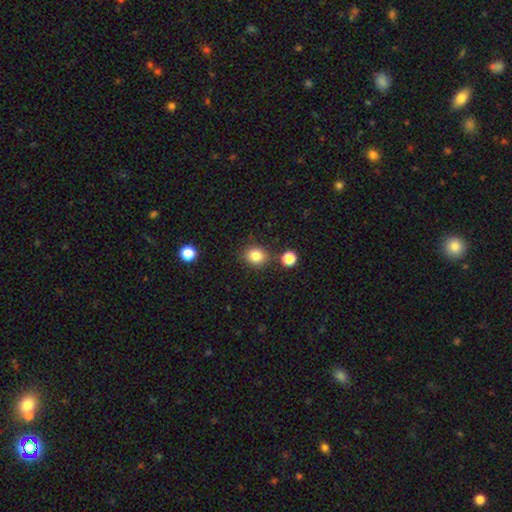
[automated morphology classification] A smooth galaxy with no disk features (82%) that is round (64%).

Vote fractions:
- Smooth or featured? smooth: 82% / star or artifact: 11% / featured or disk: 6%
- How rounded? round: 64% / in between: 35% / cigar-shaped: 1%
- Merging? none: 80% / minor disturbance: 11% / merger: 6% / major disturbance: 3%